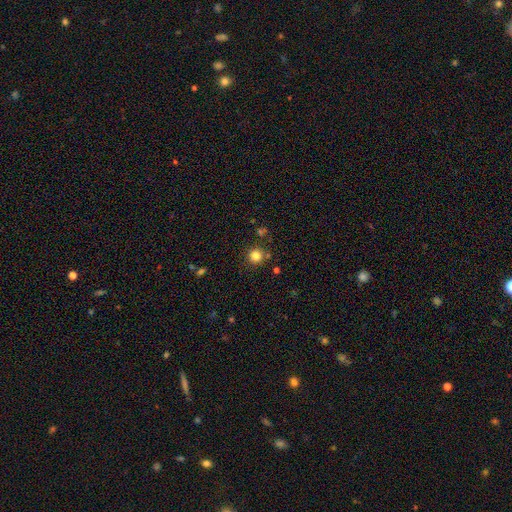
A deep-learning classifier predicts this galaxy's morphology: type=smooth (82%); roundness=round (95%); merging=none (86%).